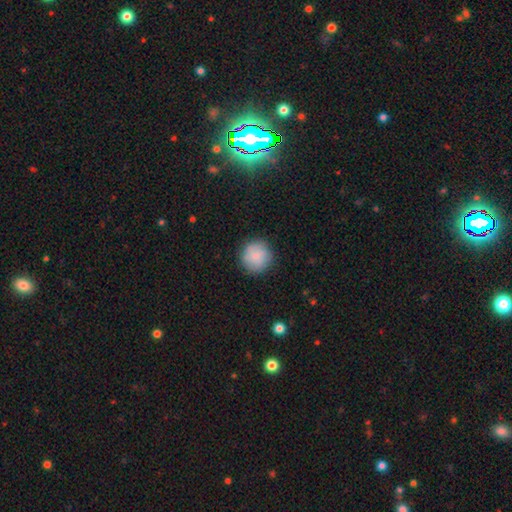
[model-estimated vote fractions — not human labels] Smooth or featured? Predicted: smooth (p=0.81). How rounded? Predicted: round (p=0.94). Merging? Predicted: none (p=0.85).